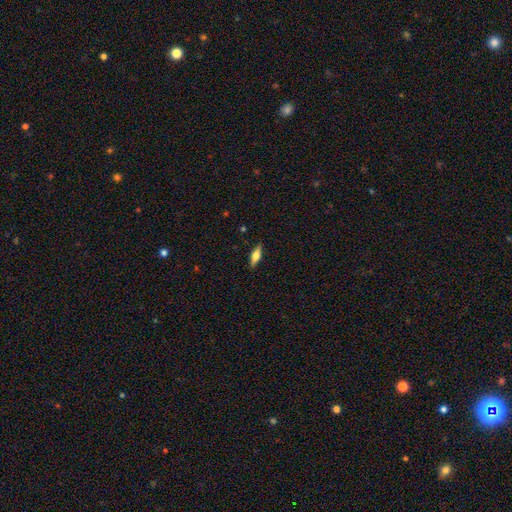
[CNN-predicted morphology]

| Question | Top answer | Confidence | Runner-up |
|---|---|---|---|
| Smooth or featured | featured or disk | 49% | smooth (44%) |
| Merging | none | 88% | minor disturbance (9%) |